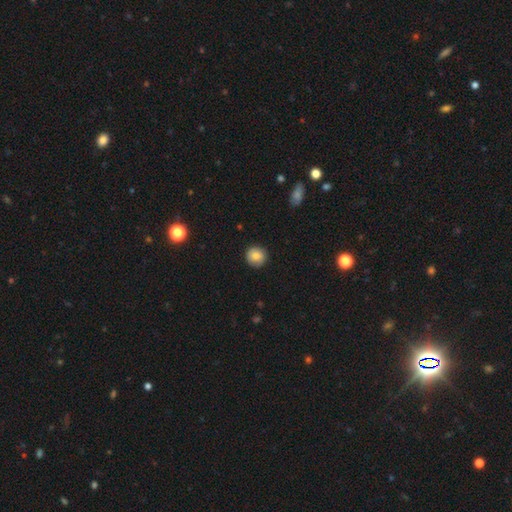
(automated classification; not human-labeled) This appears to be a smooth galaxy with no disk features (82%) that is round (93%). Merging: none (90%).